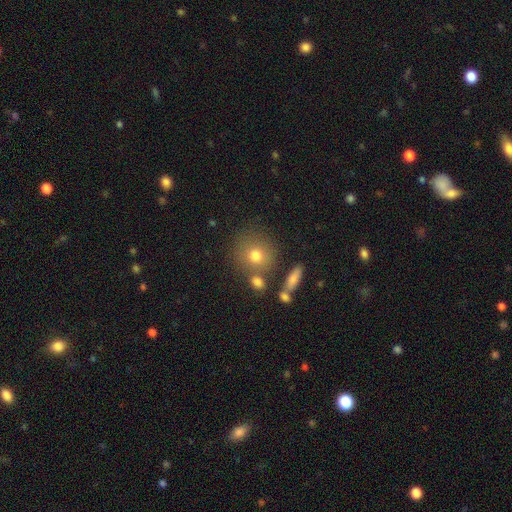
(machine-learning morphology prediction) A smooth galaxy with no disk features (75%) that is round (83%). Merging: none (70%).